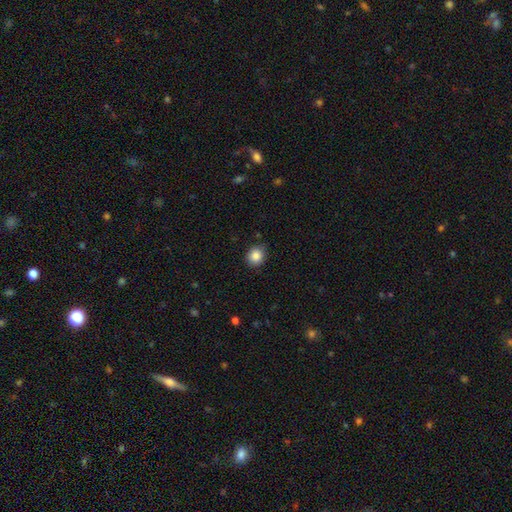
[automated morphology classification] Smooth or featured?
  - smooth: 86% *
  - star or artifact: 9%
  - featured or disk: 5%
How rounded?
  - round: 76% *
  - in between: 23%
  - cigar-shaped: 1%
Merging?
  - none: 84% *
  - minor disturbance: 12%
  - major disturbance: 2%
  - merger: 1%